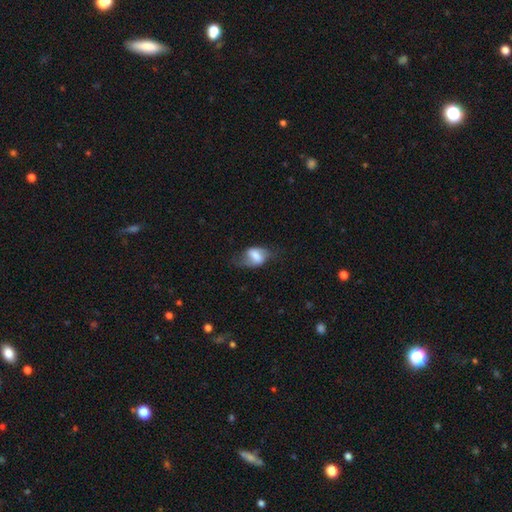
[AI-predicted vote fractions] Smooth or featured? Predicted: smooth (p=0.51). How rounded? Predicted: in between (p=0.81). Merging? Predicted: none (p=0.49).